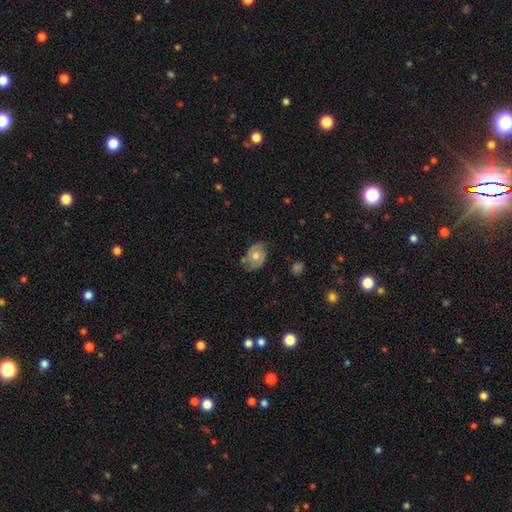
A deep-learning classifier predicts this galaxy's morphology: type=featured or disk (67%); edge-on=no (96%); bar=no (75%); spiral arms=yes (85%); winding=medium (42%); arm count=2 (83%); bulge=moderate (74%); merging=none (70%).